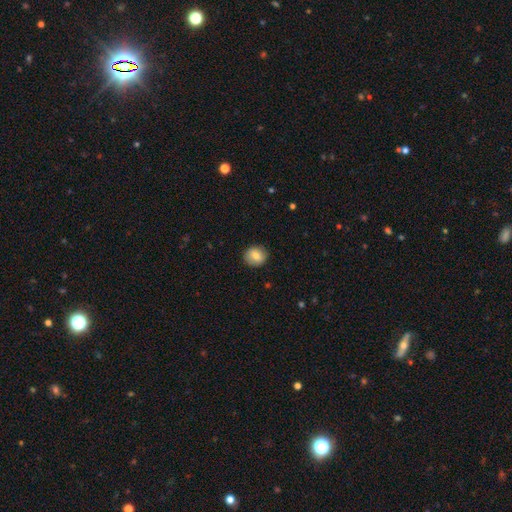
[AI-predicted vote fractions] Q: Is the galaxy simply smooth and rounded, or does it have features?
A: smooth — 79%.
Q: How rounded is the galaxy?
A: round — 81%.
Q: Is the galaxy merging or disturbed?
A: none — 89%.